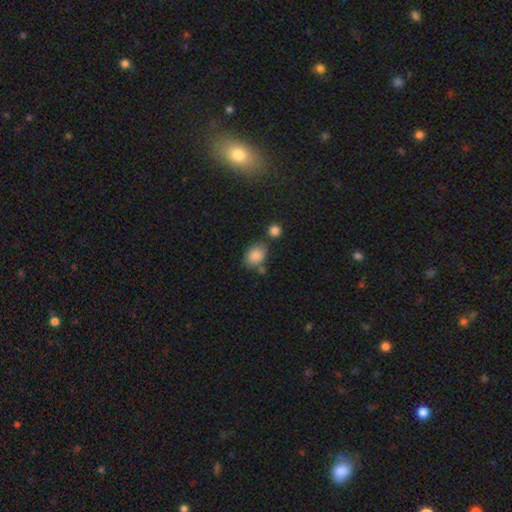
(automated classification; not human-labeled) Overall: smooth (85%). How rounded: in between (76%). Merging: none (61%).